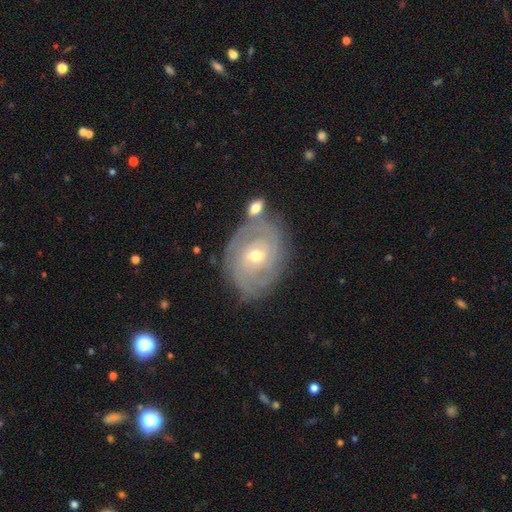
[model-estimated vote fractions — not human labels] featured or disk 83%, smooth 10%, star or artifact 7%. Down the decision tree: edge-on disk — no (96%); bar — no (63%); spiral arms — yes (94%); spiral arm count — 2 (31%); spiral winding — tight (73%); bulge size — small (51%); merging — none (74%).